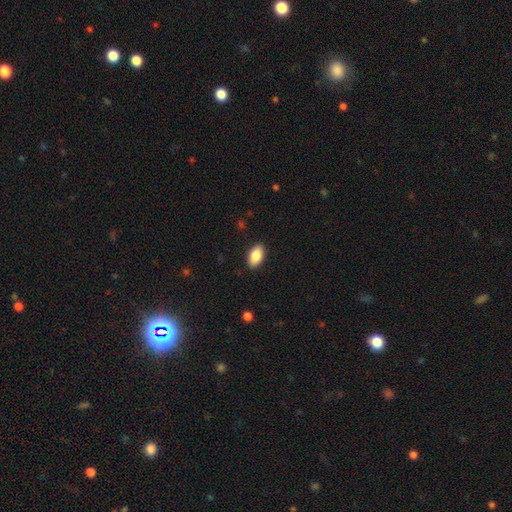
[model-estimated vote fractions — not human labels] Smooth or featured: smooth — 86% (featured or disk — 7%)
How rounded: in between — 93% (round — 5%)
Merging: none — 89% (minor disturbance — 8%)